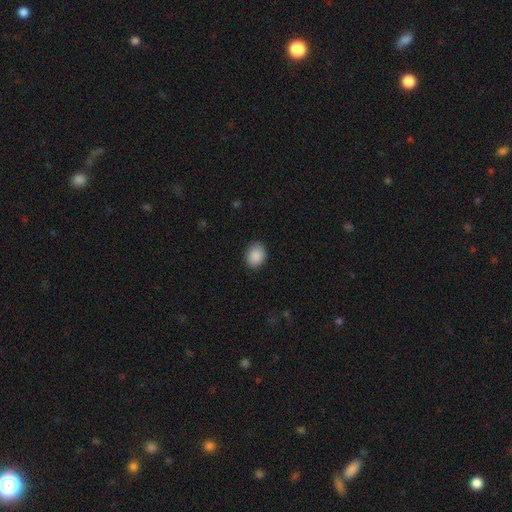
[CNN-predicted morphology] A smooth galaxy with no disk features (89%) that is in between round and cigar-shaped (55%).

Vote fractions:
- Smooth or featured? smooth: 89% / star or artifact: 8% / featured or disk: 3%
- How rounded? in between: 55% / round: 44% / cigar-shaped: 1%
- Merging? none: 86% / minor disturbance: 10% / major disturbance: 2% / merger: 1%